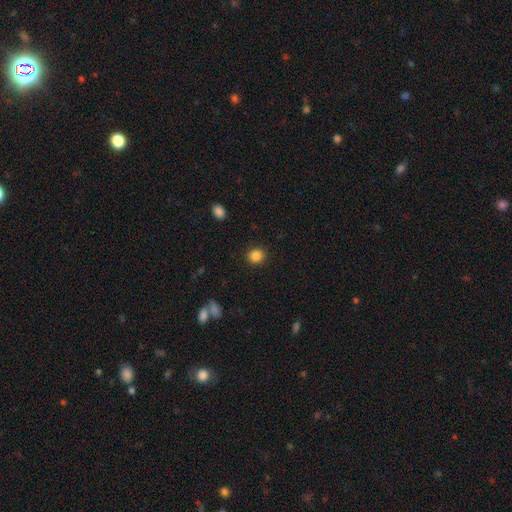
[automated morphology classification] smooth-or-featured: smooth: 86% | star or artifact: 11% | featured or disk: 4%
  how-rounded: round: 84% | in between: 15% | cigar-shaped: 1%
  merging: none: 91% | minor disturbance: 6% | major disturbance: 2% | merger: 1%